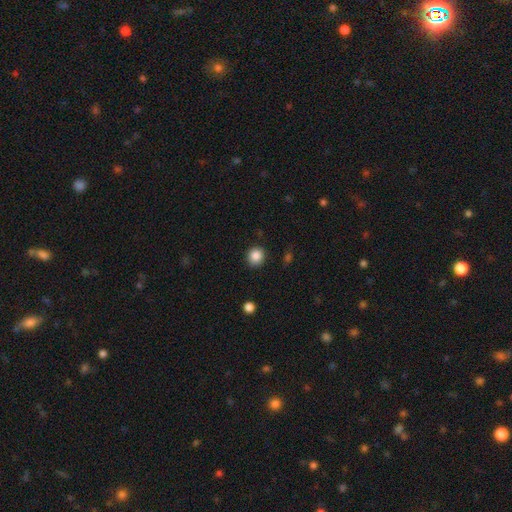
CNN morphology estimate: Overall: smooth (86%). How rounded: round (87%). Merging: none (88%).